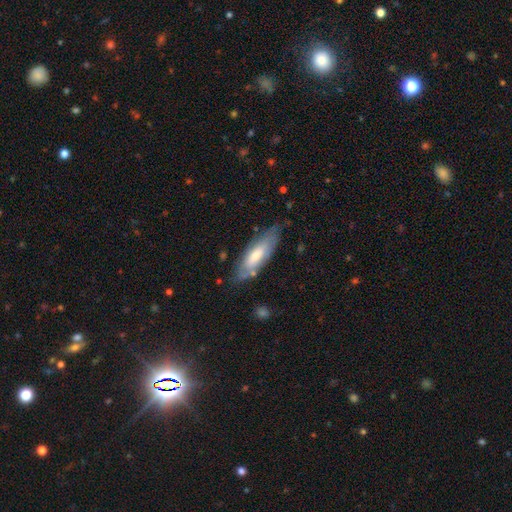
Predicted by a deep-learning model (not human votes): Morphology: type=smooth (55%); roundness=in between (58%); merging=none (71%).